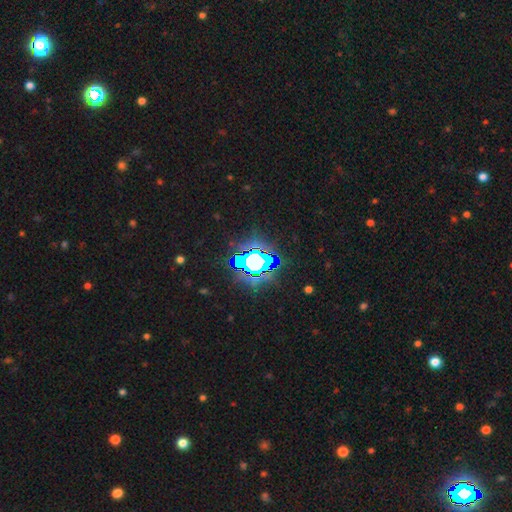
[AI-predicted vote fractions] smooth_or_featured: star or artifact (p=0.75) [alt: smooth p=0.13]